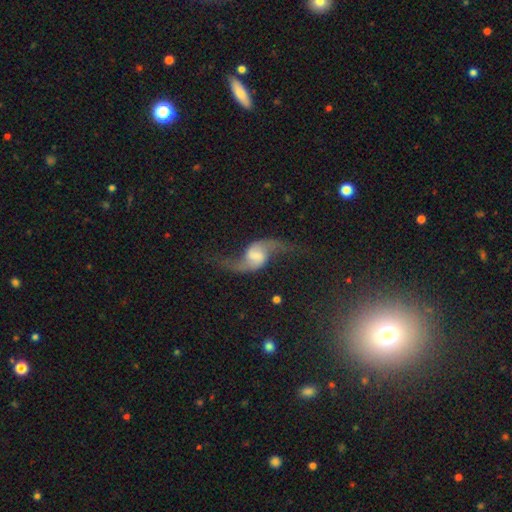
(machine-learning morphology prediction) Overall: featured or disk (87%). Edge-on disk: no (97%). Bar: weak (49%; no 33%). Spiral arms: yes (97%). Spiral arm count: 2 (94%). Spiral winding: loose (89%). Bulge size: none (36%; large 21%). Merging: none (69%).